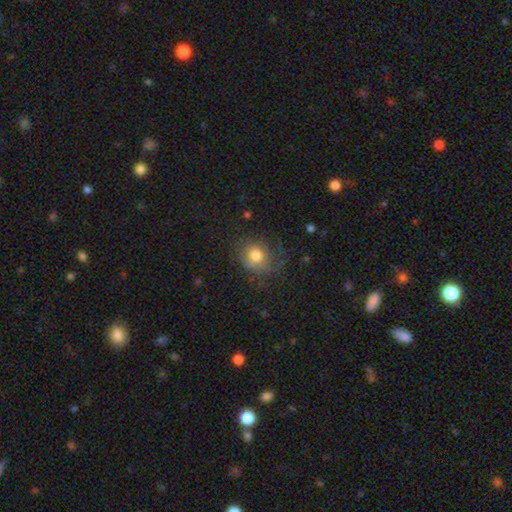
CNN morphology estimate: type=smooth (70%); roundness=round (74%); merging=none (60%).